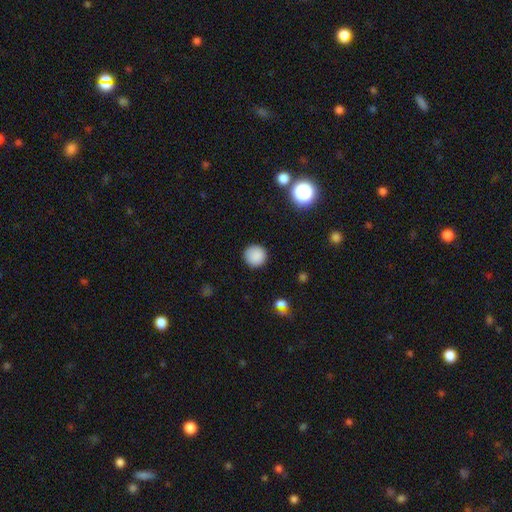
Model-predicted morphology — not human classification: Q: Smooth or featured?
A: smooth (87%); runner-up: star or artifact (10%)
Q: How rounded?
A: round (96%); runner-up: in between (3%)
Q: Merging?
A: none (91%); runner-up: minor disturbance (6%)